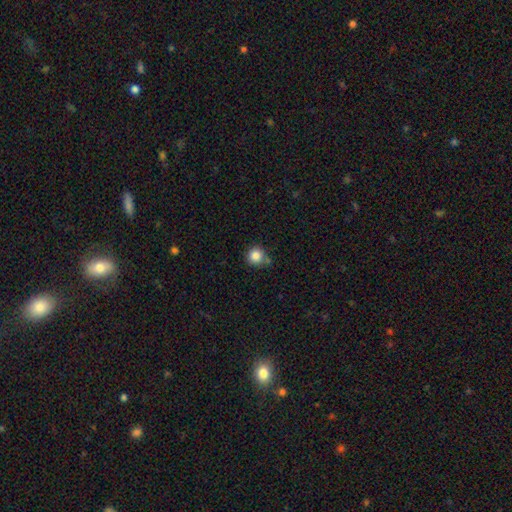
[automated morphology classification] Smooth or featured: smooth — 85% (star or artifact — 10%)
How rounded: round — 94% (in between — 5%)
Merging: none — 73% (minor disturbance — 15%)